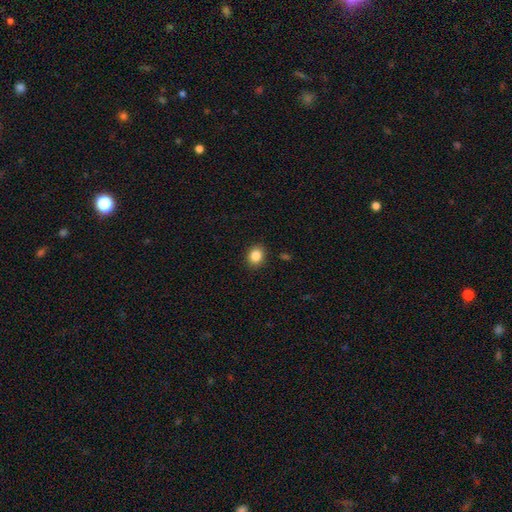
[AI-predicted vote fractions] smooth 86%, star or artifact 10%, featured or disk 5%. Down the decision tree: how rounded — round (58%); merging — none (90%).